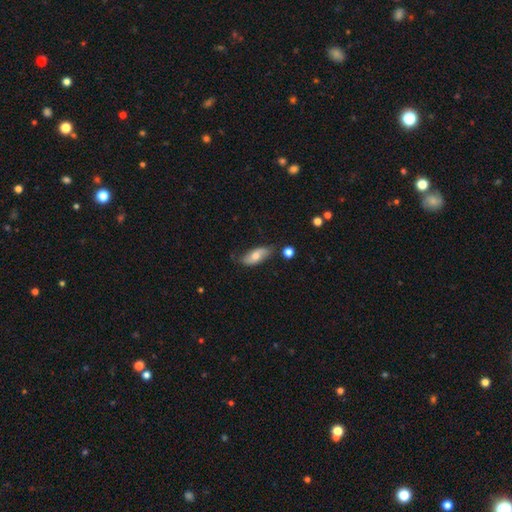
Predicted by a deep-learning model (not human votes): Smooth or featured?
  - smooth: 57% *
  - featured or disk: 36%
  - star or artifact: 7%
How rounded?
  - in between: 83% *
  - cigar-shaped: 14%
  - round: 3%
Merging?
  - none: 68% *
  - minor disturbance: 24%
  - major disturbance: 5%
  - merger: 3%